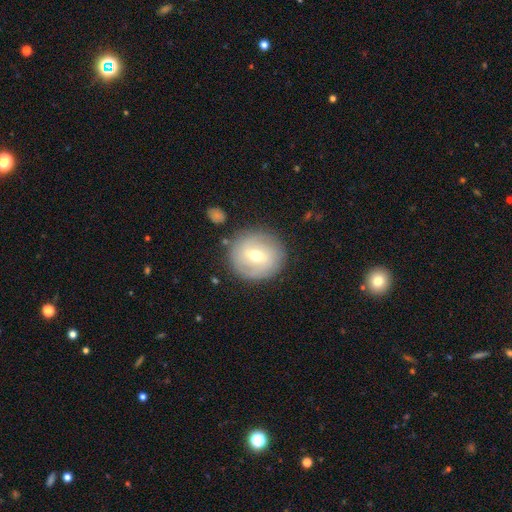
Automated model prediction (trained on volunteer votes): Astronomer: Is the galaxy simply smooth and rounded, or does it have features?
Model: featured or disk — 55% (runner-up: smooth, 38%).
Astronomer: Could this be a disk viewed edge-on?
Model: no — 95%.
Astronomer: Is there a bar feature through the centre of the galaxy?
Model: weak — 54%.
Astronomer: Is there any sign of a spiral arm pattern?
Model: yes — 59% (runner-up: no, 41%).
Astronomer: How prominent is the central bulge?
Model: moderate — 64%.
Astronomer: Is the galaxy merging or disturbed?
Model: none — 83%.